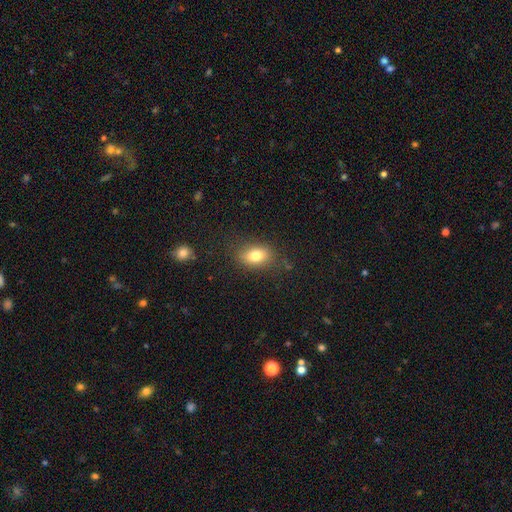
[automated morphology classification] A smooth galaxy with no disk features (78%) that is in between round and cigar-shaped (79%). Merging: none (80%).